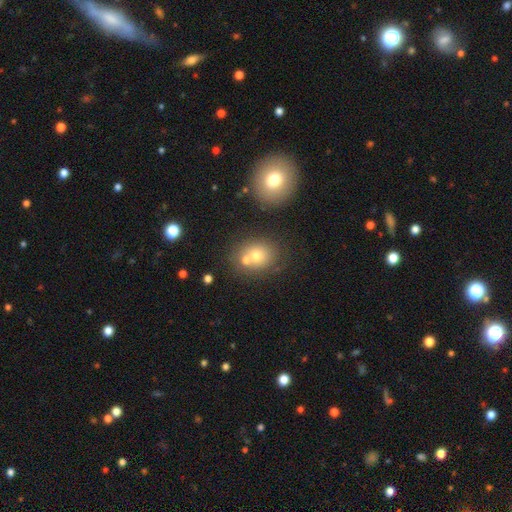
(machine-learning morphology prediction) A smooth galaxy with no disk features (67%) that is round (65%).

Vote fractions:
- Smooth or featured? smooth: 67% / featured or disk: 17% / star or artifact: 16%
- How rounded? round: 65% / in between: 34% / cigar-shaped: 1%
- Merging? none: 53% / merger: 32% / minor disturbance: 10% / major disturbance: 4%